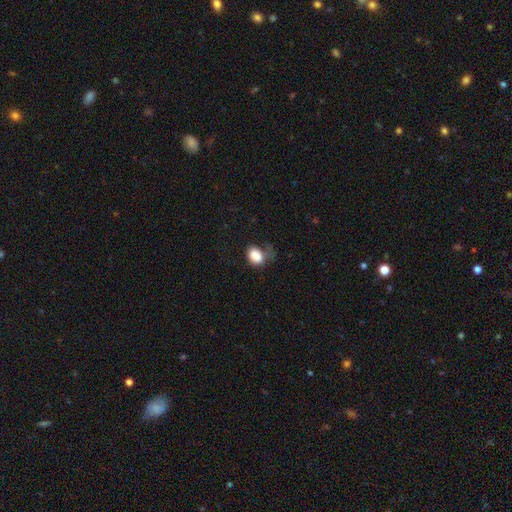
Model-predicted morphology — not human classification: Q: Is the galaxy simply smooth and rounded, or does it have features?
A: smooth — 85%.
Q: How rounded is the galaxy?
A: in between — 75%.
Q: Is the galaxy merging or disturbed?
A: none — 43%.